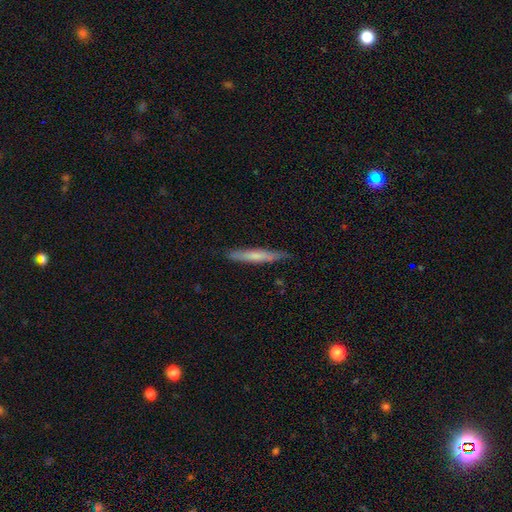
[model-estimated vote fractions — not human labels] Morphology: type=smooth (59%); roundness=cigar-shaped (95%); merging=none (85%).